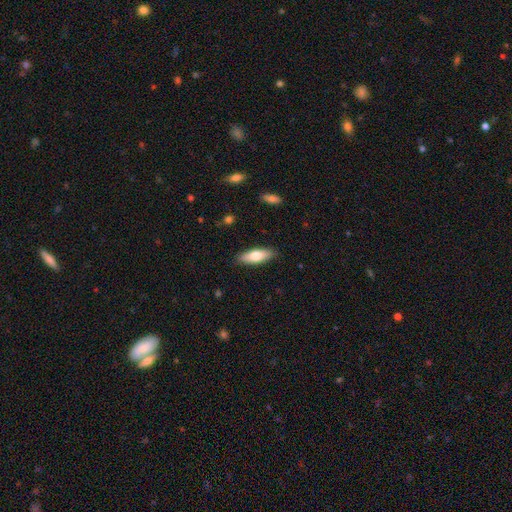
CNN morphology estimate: Smooth or featured? Predicted: smooth (p=0.72). How rounded? Predicted: in between (p=0.60). Merging? Predicted: none (p=0.88).